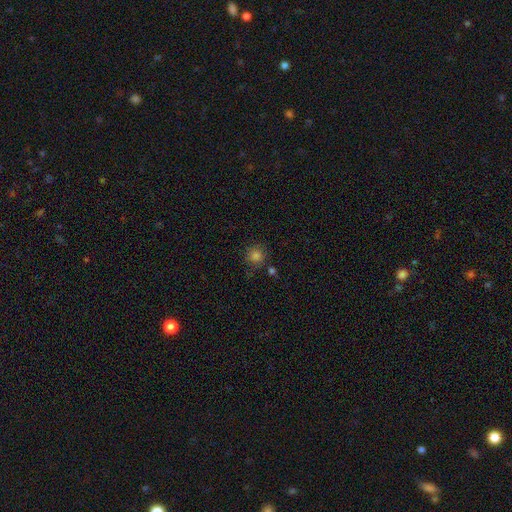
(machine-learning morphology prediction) Smooth or featured?
  - smooth: 81% *
  - star or artifact: 14%
  - featured or disk: 5%
How rounded?
  - round: 92% *
  - in between: 7%
  - cigar-shaped: 1%
Merging?
  - none: 77% *
  - minor disturbance: 13%
  - merger: 6%
  - major disturbance: 4%